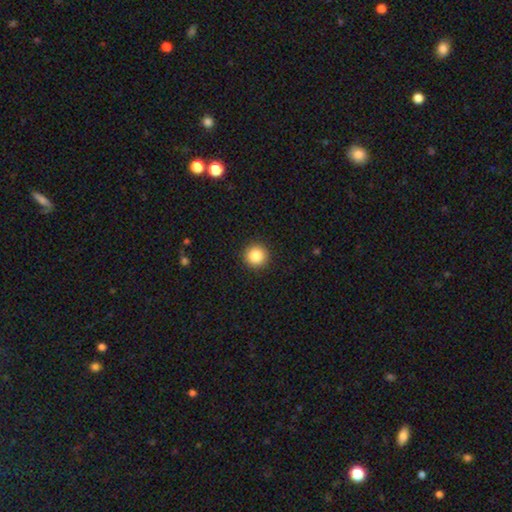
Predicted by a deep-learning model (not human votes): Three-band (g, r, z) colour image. It shows a smooth galaxy with no disk features (87%) that is round (96%). Merging: none (93%).